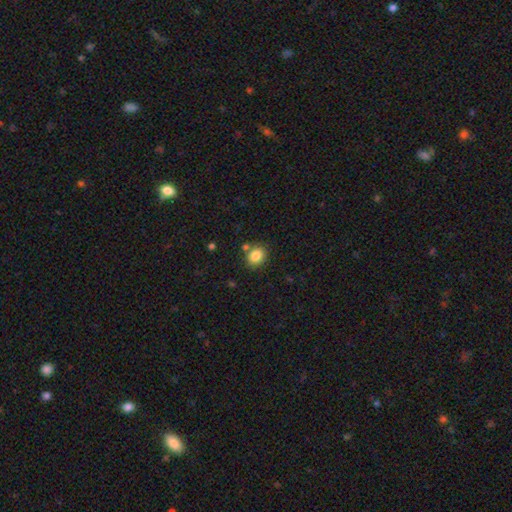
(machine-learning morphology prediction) A smooth galaxy with no disk features (85%) that is round (53%).

Vote fractions:
- Smooth or featured? smooth: 85% / star or artifact: 10% / featured or disk: 6%
- How rounded? round: 53% / in between: 46% / cigar-shaped: 1%
- Merging? none: 76% / minor disturbance: 11% / merger: 9% / major disturbance: 3%